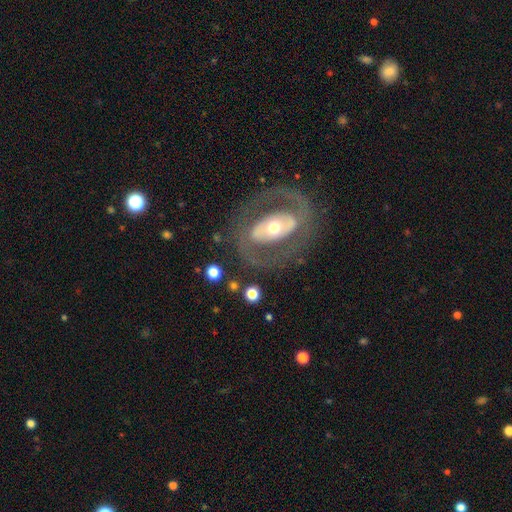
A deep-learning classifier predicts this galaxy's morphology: Smooth or featured? featured or disk (85%)
Edge-on disk? no (94%)
Bar? strong (49%)
Spiral arms? yes (82%)
Spiral winding? tight (44%)
Spiral arm count? 2 (80%)
Bulge size? moderate (56%)
Merging? none (76%)